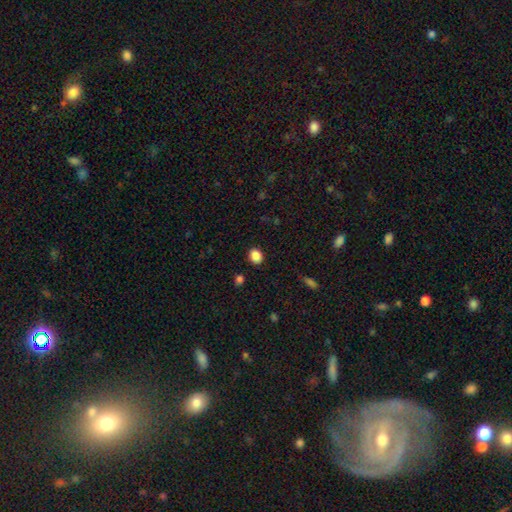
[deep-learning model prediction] smooth 87%, star or artifact 9%, featured or disk 3%. Down the decision tree: how rounded — round (63%); merging — none (88%).